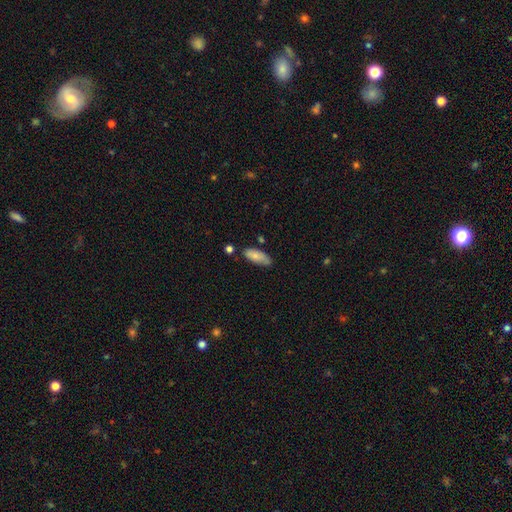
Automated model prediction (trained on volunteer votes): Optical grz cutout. It shows a smooth galaxy with no disk features (79%) that is in between round and cigar-shaped (79%). Merging: none (67%).